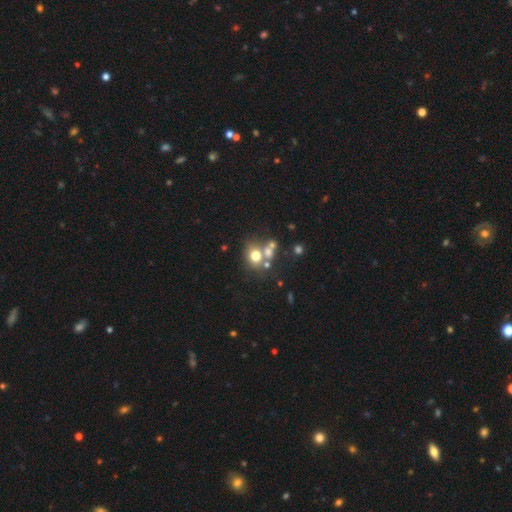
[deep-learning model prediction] Q: Smooth or featured?
A: smooth (68%); runner-up: featured or disk (18%)
Q: How rounded?
A: round (70%); runner-up: in between (29%)
Q: Merging?
A: none (47%); runner-up: merger (37%)